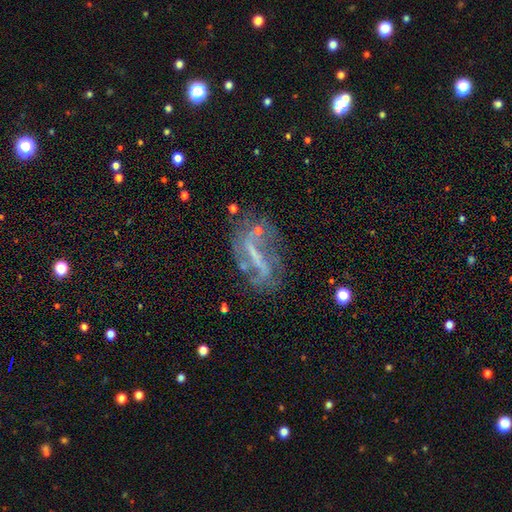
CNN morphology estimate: The model was most divided on "spiral arms": yes: 62%, no: 38%. More confident: edge-on disk — no (87%); smooth or featured — featured or disk (71%); bulge size — none (58%); bar — strong (56%); merging — none (52%).